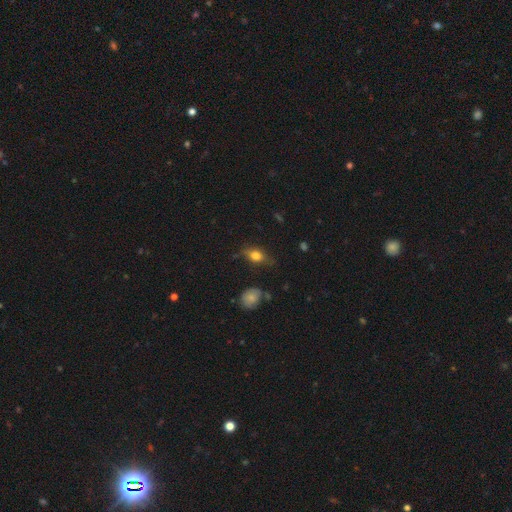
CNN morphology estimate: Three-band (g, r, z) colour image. It shows a smooth galaxy with no disk features (70%) that is in between round and cigar-shaped (75%). Merging: none (68%).